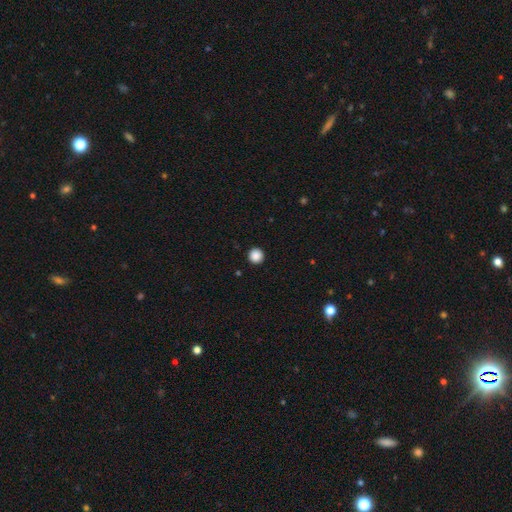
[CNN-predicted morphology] smooth_or_featured: smooth (p=0.88) [alt: star or artifact p=0.09]
how_rounded: round (p=0.95) [alt: in between p=0.04]
merging: none (p=0.94) [alt: minor disturbance p=0.04]